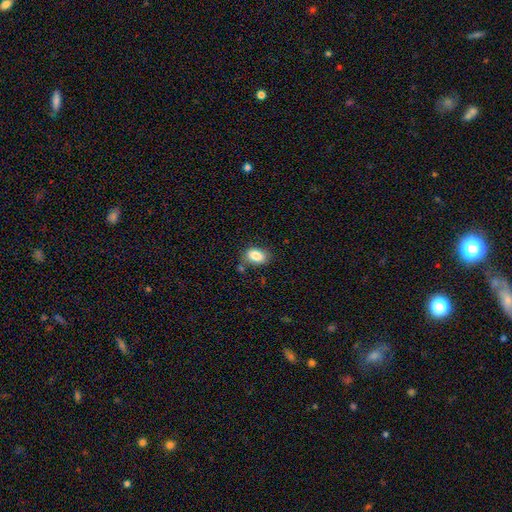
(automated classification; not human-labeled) A smooth galaxy with no disk features (85%) that is in between round and cigar-shaped (83%). Merging: none (70%).